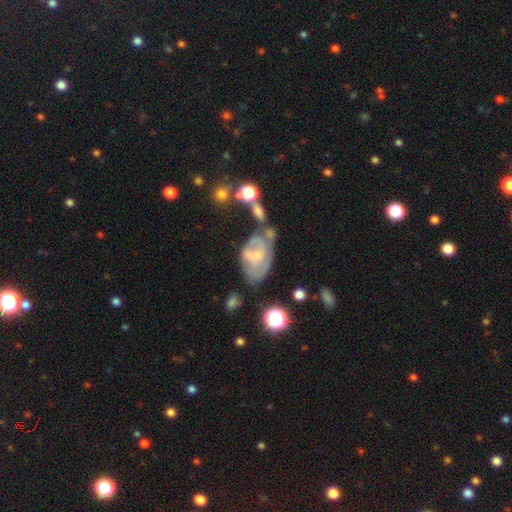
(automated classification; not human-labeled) This appears to be a featured or disk galaxy (55%) with no bar (59%), spiral arms (54%) and a small central bulge (38%). Merging: none (31%).